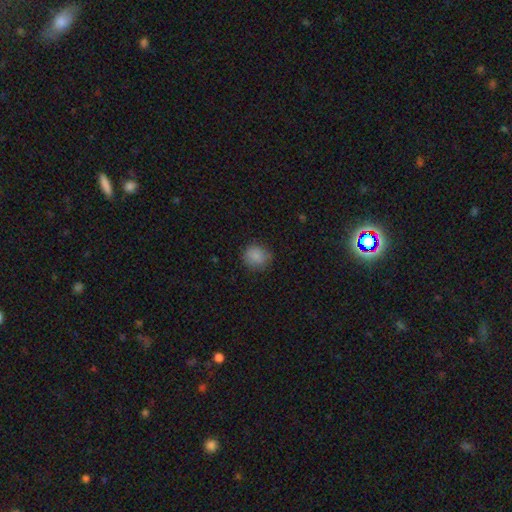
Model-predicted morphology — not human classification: Q: Smooth or featured?
A: smooth (86%); runner-up: star or artifact (9%)
Q: How rounded?
A: round (84%); runner-up: in between (15%)
Q: Merging?
A: none (80%); runner-up: minor disturbance (15%)